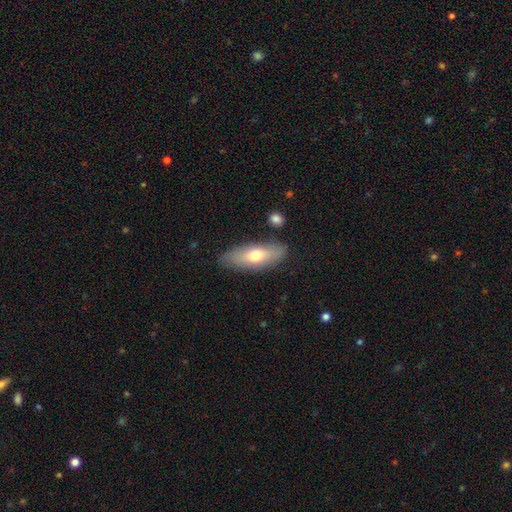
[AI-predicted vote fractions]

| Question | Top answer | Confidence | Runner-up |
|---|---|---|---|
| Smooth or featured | smooth | 65% | featured or disk (29%) |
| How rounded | in between | 64% | cigar-shaped (33%) |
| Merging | none | 81% | minor disturbance (13%) |